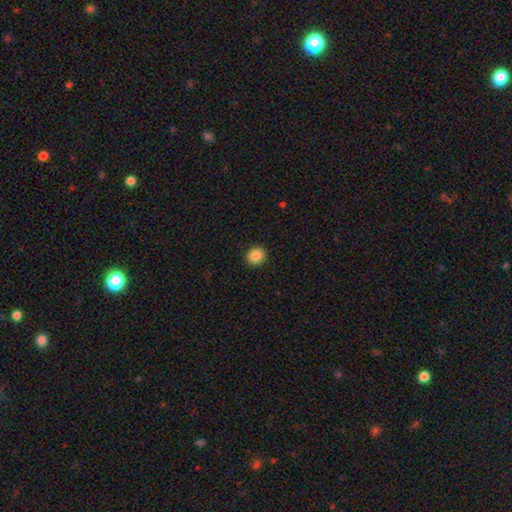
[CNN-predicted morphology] Q: Smooth or featured?
A: smooth (86%); runner-up: star or artifact (10%)
Q: How rounded?
A: round (84%); runner-up: in between (15%)
Q: Merging?
A: none (92%); runner-up: minor disturbance (6%)